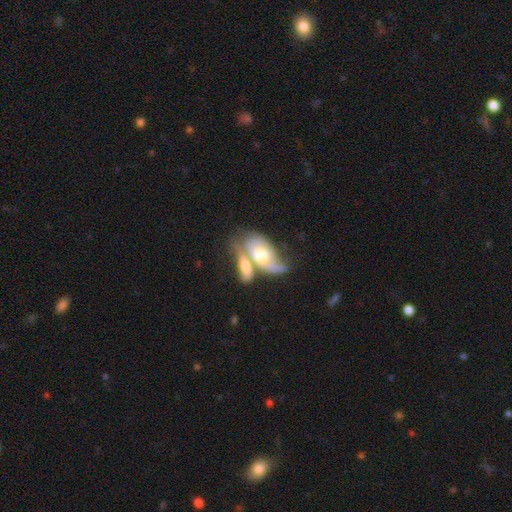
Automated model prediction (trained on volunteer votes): smooth-or-featured: featured or disk: 56% | smooth: 37% | star or artifact: 8%
  disk-edge-on: no: 89% | yes: 11%
  merging: merger: 62% | none: 16% | major disturbance: 12% | minor disturbance: 10%